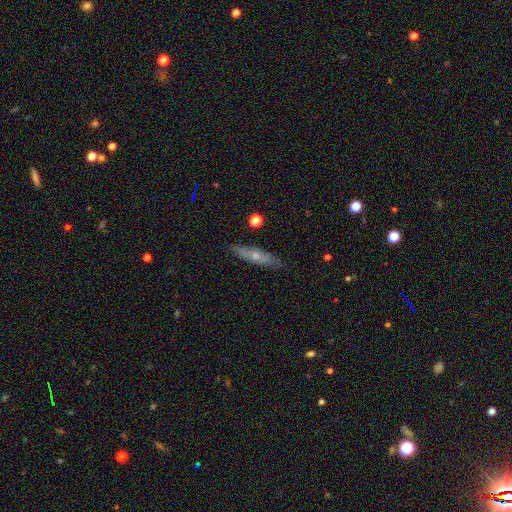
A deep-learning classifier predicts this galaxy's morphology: A smooth galaxy with no disk features (47%). Merging: none (86%).